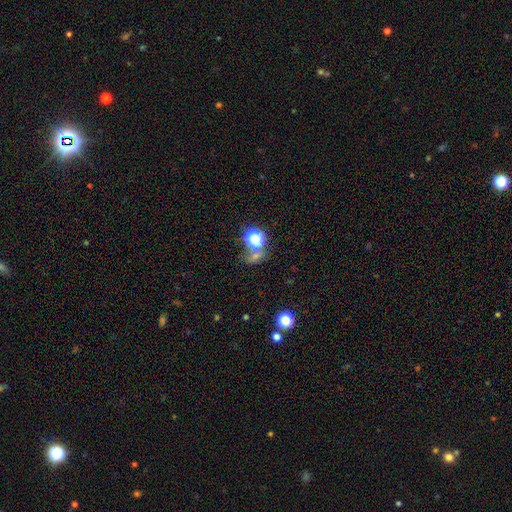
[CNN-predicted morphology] smooth-or-featured: smooth: 45% | star or artifact: 44% | featured or disk: 11%
  merging: none: 57% | merger: 22% | minor disturbance: 12% | major disturbance: 10%